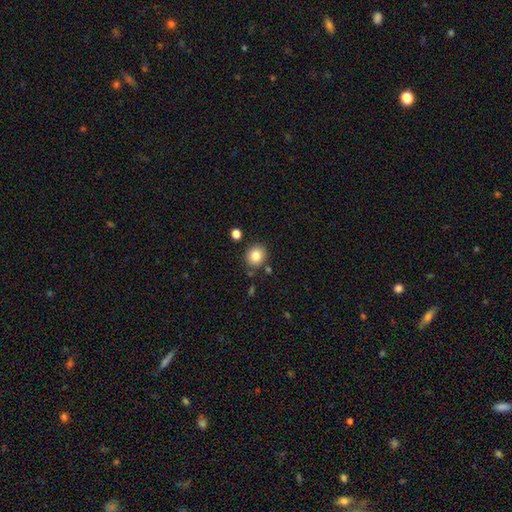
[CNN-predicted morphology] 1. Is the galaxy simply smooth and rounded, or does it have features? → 83% smooth, 10% star or artifact, 7% featured or disk.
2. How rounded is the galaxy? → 80% round, 19% in between, 1% cigar-shaped.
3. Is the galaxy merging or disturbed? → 83% none, 9% minor disturbance, 5% merger, 3% major disturbance.